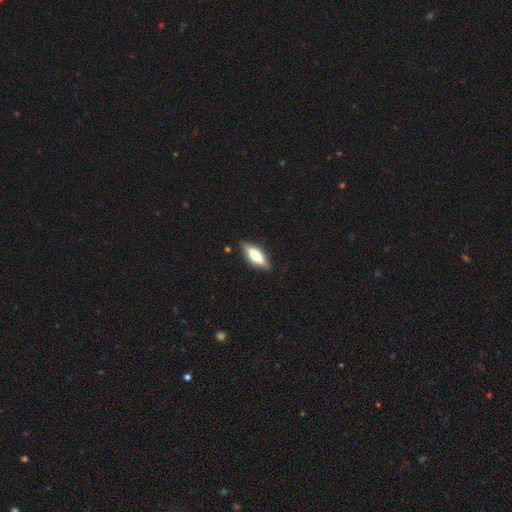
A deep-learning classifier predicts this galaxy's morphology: Smooth or featured? Predicted: smooth (p=0.54). How rounded? Predicted: in between (p=0.61). Merging? Predicted: none (p=0.85).